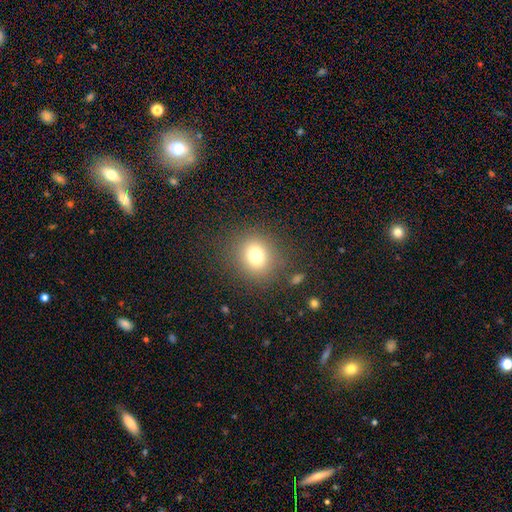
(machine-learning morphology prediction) This appears to be a smooth galaxy with no disk features (75%) that is round (82%). Merging: none (84%).